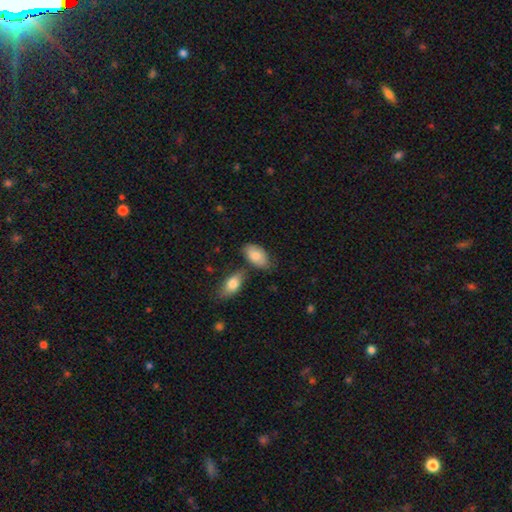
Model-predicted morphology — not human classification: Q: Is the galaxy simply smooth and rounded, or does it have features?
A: smooth — 80%.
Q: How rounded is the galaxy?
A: in between — 94%.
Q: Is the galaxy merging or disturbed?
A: none — 62%.